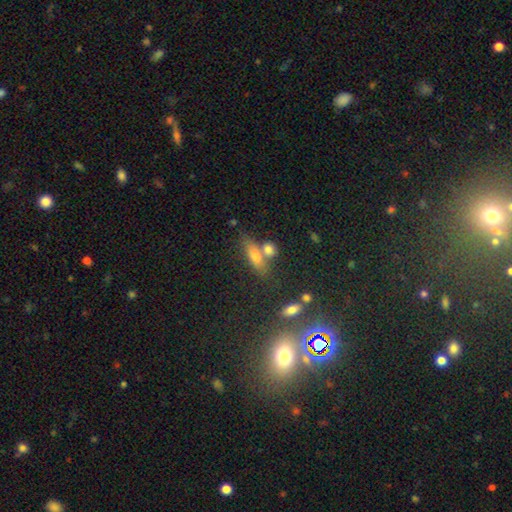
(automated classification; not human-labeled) The model was most divided on "how rounded": in between: 53%, cigar-shaped: 40%, round: 7%. More confident: smooth or featured — smooth (62%); merging — none (56%).